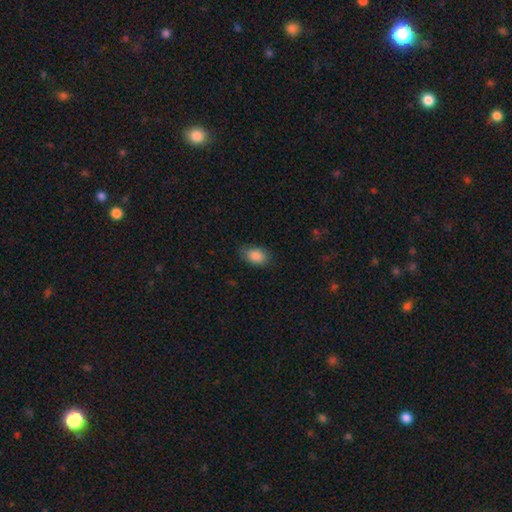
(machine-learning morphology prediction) This is clearly a smooth galaxy (88%). How rounded: clearly in between (83%). Merging: likely none (77%).